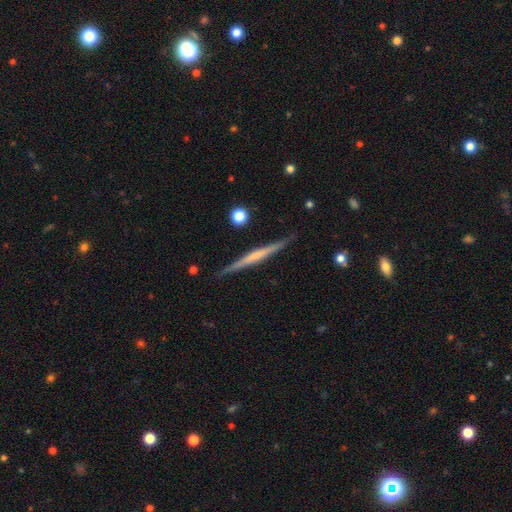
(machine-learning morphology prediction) smooth-or-featured: featured or disk: 65% | smooth: 30% | star or artifact: 5%
  disk-edge-on: yes: 98% | no: 2%
    edge-on-bulge: none: 63% | rounded: 25% | boxy: 12%
  merging: none: 89% | minor disturbance: 8% | major disturbance: 2% | merger: 1%